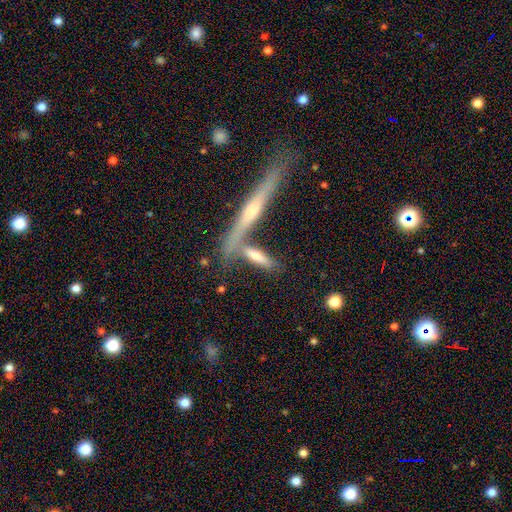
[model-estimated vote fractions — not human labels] Smooth or featured? Predicted: smooth (p=0.57). How rounded? Predicted: cigar-shaped (p=0.76). Merging? Predicted: none (p=0.45).